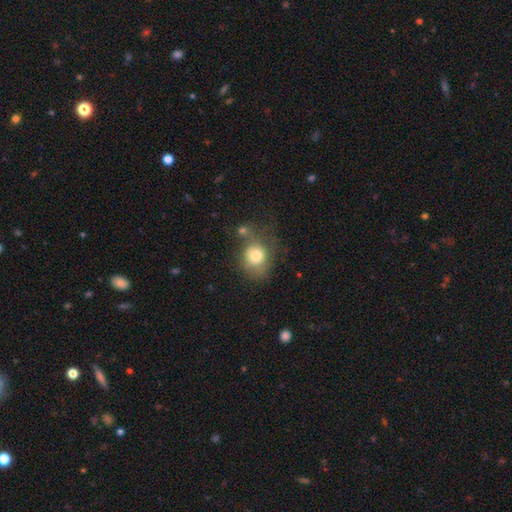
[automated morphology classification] This is likely a smooth galaxy (78%). How rounded: likely round (66%). Merging: possibly none (45%).